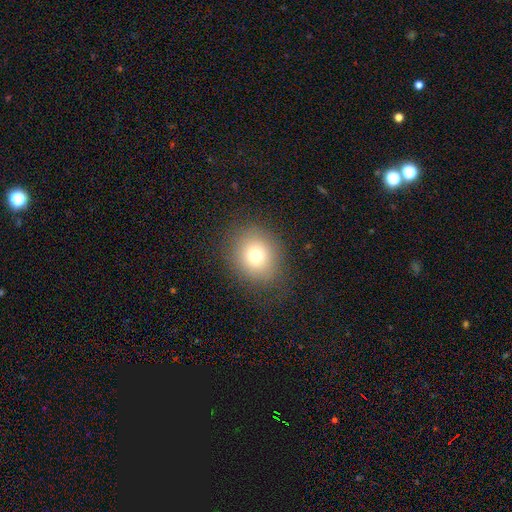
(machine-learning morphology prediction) smooth-or-featured: smooth: 73% | star or artifact: 14% | featured or disk: 13%
  how-rounded: round: 74% | in between: 25% | cigar-shaped: 1%
  merging: none: 80% | minor disturbance: 12% | major disturbance: 7% | merger: 1%